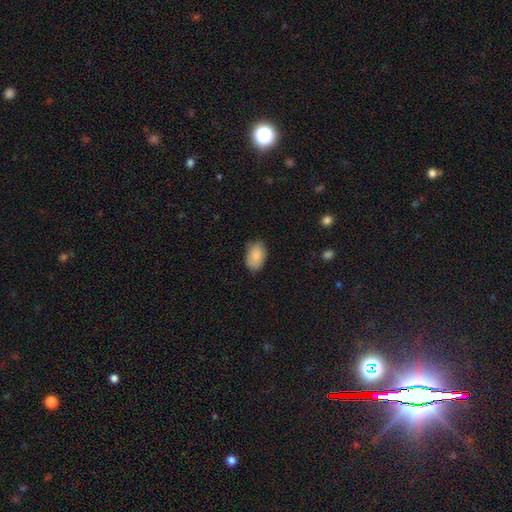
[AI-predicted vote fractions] A smooth galaxy with no disk features (85%) that is in between round and cigar-shaped (89%).

Vote fractions:
- Smooth or featured? smooth: 85% / featured or disk: 9% / star or artifact: 6%
- How rounded? in between: 89% / round: 10% / cigar-shaped: 1%
- Merging? none: 78% / minor disturbance: 18% / major disturbance: 3% / merger: 1%